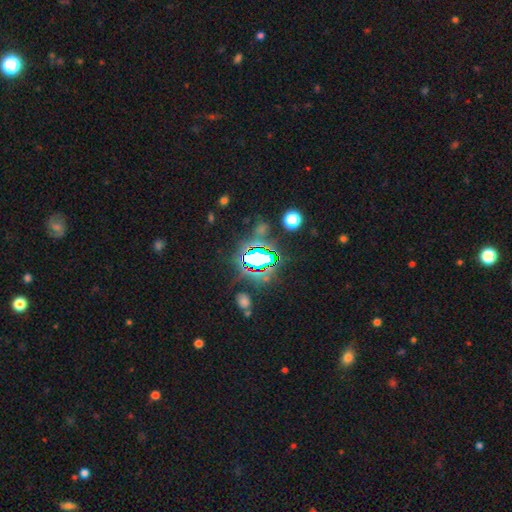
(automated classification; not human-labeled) Smooth or featured? Predicted: star or artifact (p=0.71).